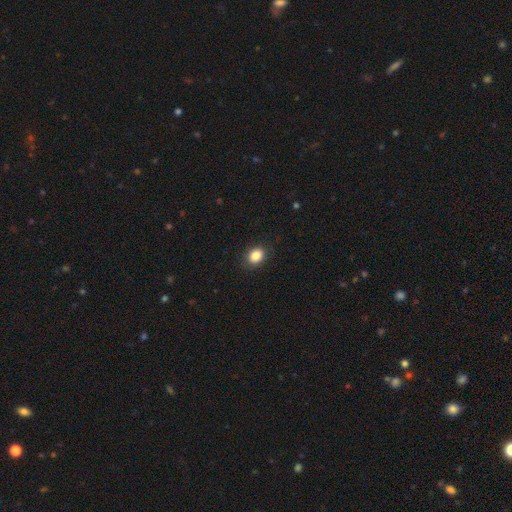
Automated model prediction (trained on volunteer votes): Morphology: type=smooth (87%); roundness=in between (61%); merging=none (86%).